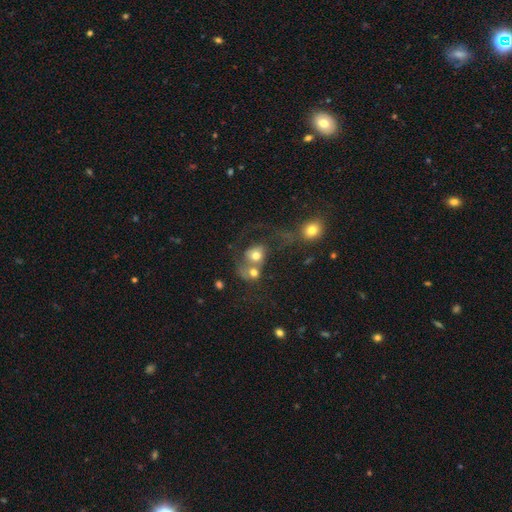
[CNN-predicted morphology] Smooth or featured? Predicted: smooth (p=0.62). How rounded? Predicted: round (p=0.65). Merging? Predicted: merger (p=0.53).